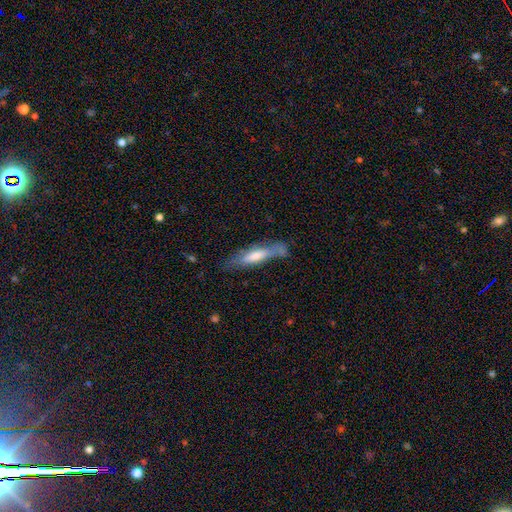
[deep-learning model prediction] smooth-or-featured: smooth: 54% | featured or disk: 40% | star or artifact: 6%
  how-rounded: cigar-shaped: 81% | in between: 18% | round: 1%
  merging: none: 63% | minor disturbance: 23% | major disturbance: 8% | merger: 5%